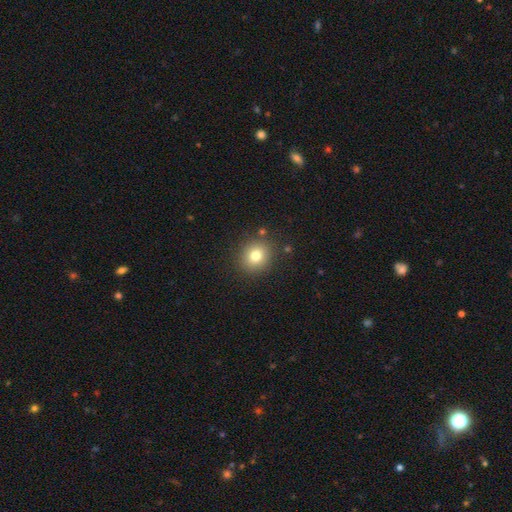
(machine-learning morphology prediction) Smooth or featured?
  - smooth: 78% *
  - star or artifact: 13%
  - featured or disk: 9%
How rounded?
  - round: 85% *
  - in between: 14%
  - cigar-shaped: 1%
Merging?
  - none: 87% *
  - minor disturbance: 8%
  - major disturbance: 3%
  - merger: 3%